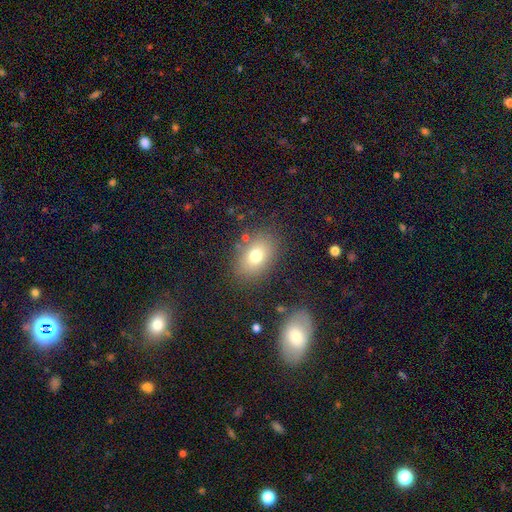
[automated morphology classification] Q: Smooth or featured?
A: smooth (74%); runner-up: featured or disk (14%)
Q: How rounded?
A: in between (77%); runner-up: round (22%)
Q: Merging?
A: none (82%); runner-up: minor disturbance (11%)